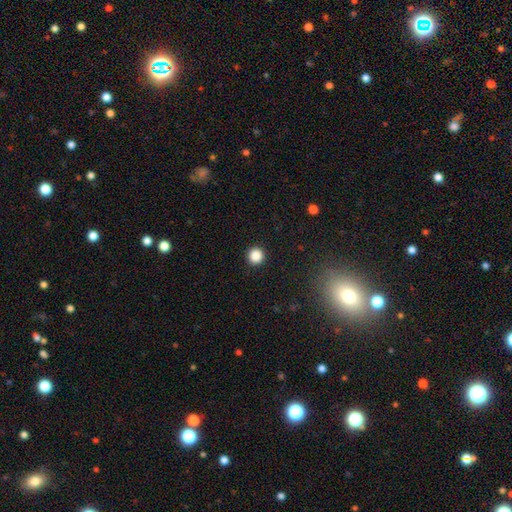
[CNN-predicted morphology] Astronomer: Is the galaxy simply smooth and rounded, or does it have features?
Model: smooth — 86%.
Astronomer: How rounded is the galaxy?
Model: round — 95%.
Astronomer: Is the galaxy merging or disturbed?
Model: none — 93%.